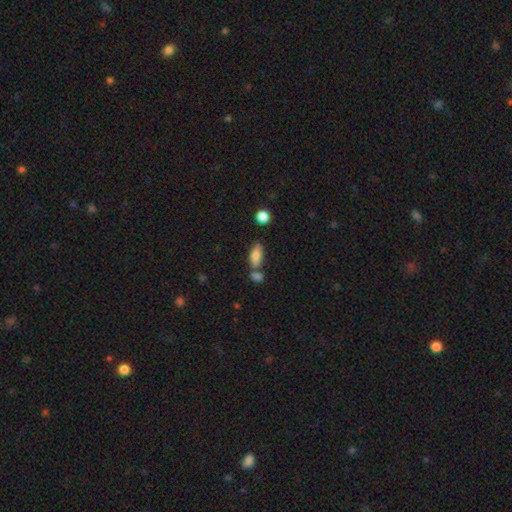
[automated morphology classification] Smooth or featured? smooth (76%)
How rounded? in between (74%)
Merging? none (60%)